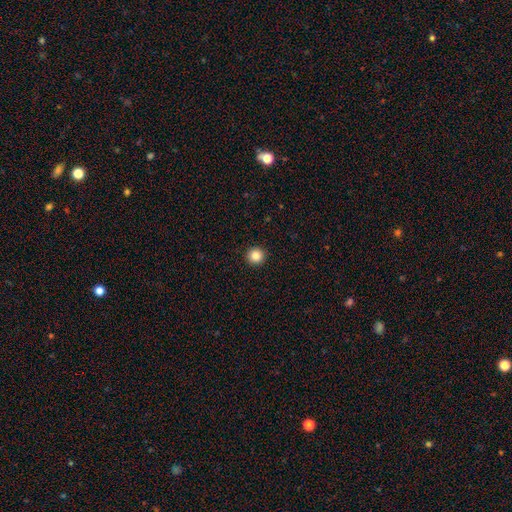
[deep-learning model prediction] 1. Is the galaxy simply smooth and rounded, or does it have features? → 85% smooth, 10% star or artifact, 4% featured or disk.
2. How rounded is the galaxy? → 95% round, 4% in between, 1% cigar-shaped.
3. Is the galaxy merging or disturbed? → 94% none, 4% minor disturbance, 1% major disturbance, 1% merger.